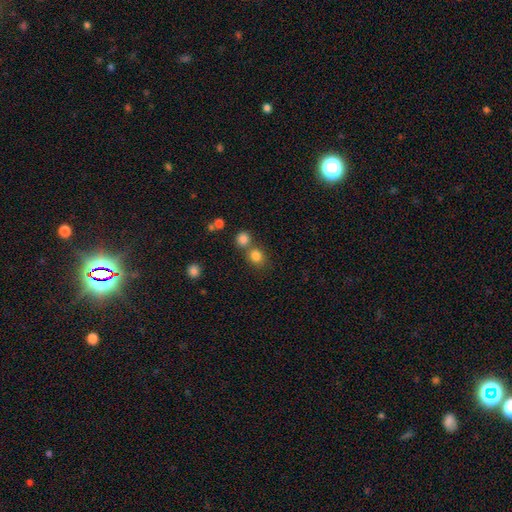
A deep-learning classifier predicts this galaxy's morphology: Smooth or featured? Predicted: smooth (p=0.81). How rounded? Predicted: round (p=0.79). Merging? Predicted: none (p=0.58).